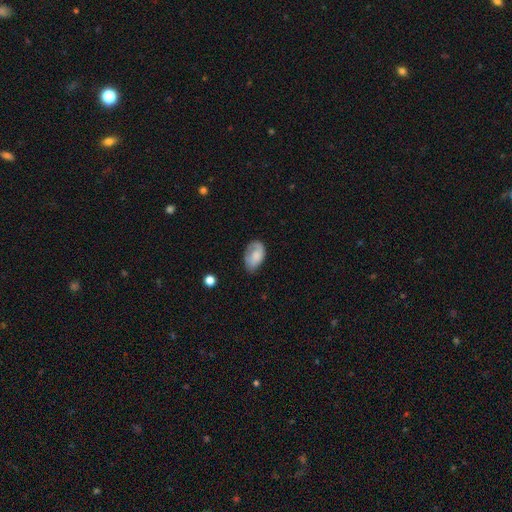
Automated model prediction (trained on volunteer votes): smooth-or-featured: smooth: 64% | featured or disk: 29% | star or artifact: 7%
  how-rounded: in between: 90% | round: 9% | cigar-shaped: 1%
  merging: none: 53% | minor disturbance: 32% | major disturbance: 13% | merger: 2%